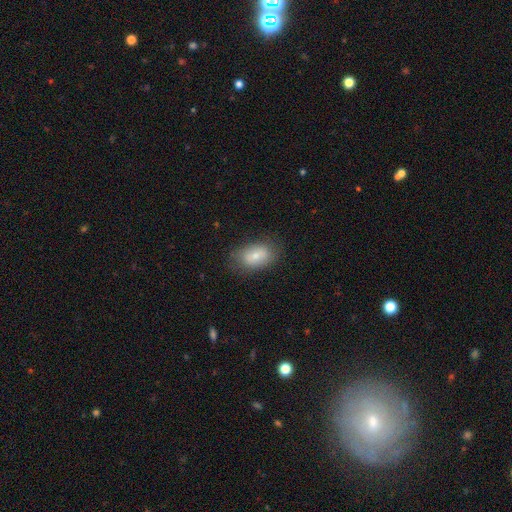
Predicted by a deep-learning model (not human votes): This is likely a smooth galaxy (72%). How rounded: clearly in between (89%). Merging: likely none (76%).